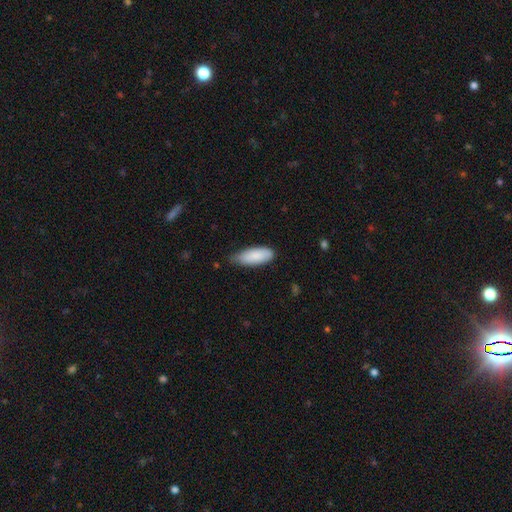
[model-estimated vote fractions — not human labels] Smooth or featured?
  - smooth: 86% *
  - featured or disk: 8%
  - star or artifact: 6%
How rounded?
  - in between: 78% *
  - cigar-shaped: 20%
  - round: 2%
Merging?
  - none: 59% *
  - minor disturbance: 35%
  - major disturbance: 4%
  - merger: 2%